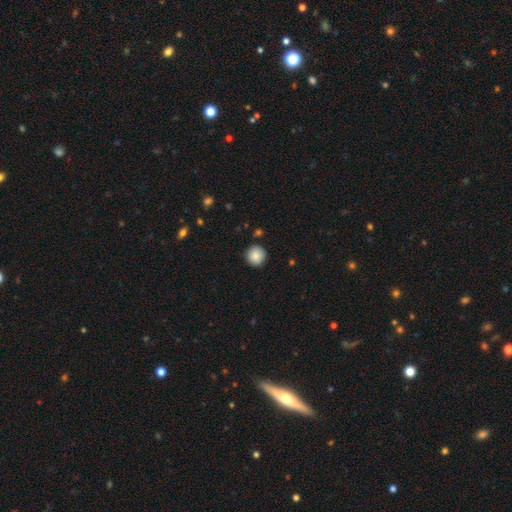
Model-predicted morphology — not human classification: This is clearly a smooth galaxy (86%). How rounded: clearly round (92%). Merging: clearly none (89%).